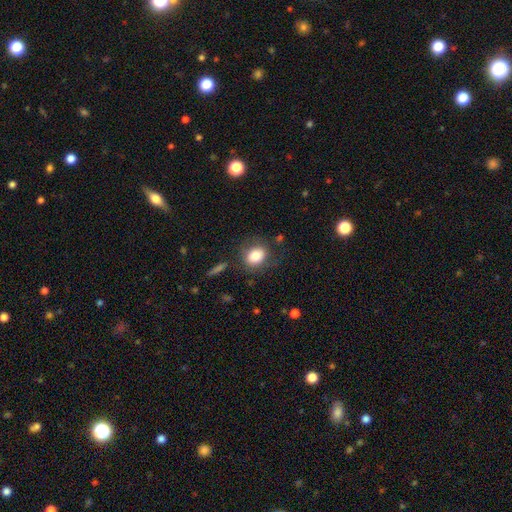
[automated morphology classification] This appears to be a smooth galaxy with no disk features (80%) that is round (50%). Merging: none (73%).